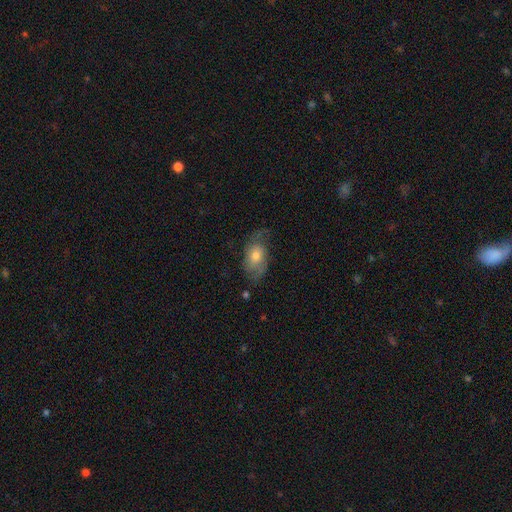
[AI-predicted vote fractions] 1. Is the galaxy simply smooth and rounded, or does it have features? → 52% featured or disk, 40% smooth, 7% star or artifact.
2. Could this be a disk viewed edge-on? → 91% no, 9% yes.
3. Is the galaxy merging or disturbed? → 59% none, 25% minor disturbance, 14% major disturbance, 2% merger.